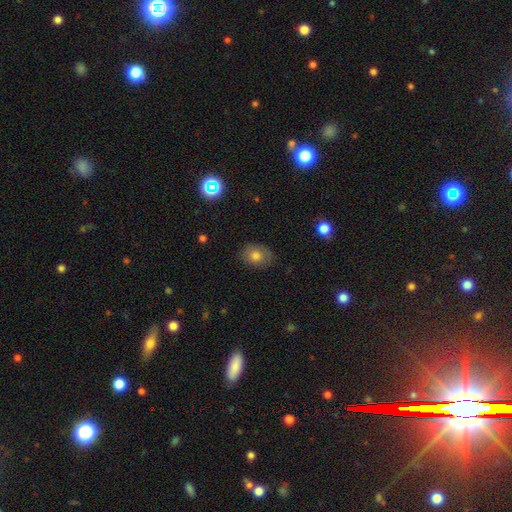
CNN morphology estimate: Smooth or featured?
  - smooth: 77% *
  - featured or disk: 13%
  - star or artifact: 10%
How rounded?
  - in between: 65% *
  - round: 34%
  - cigar-shaped: 1%
Merging?
  - none: 79% *
  - minor disturbance: 16%
  - major disturbance: 4%
  - merger: 1%